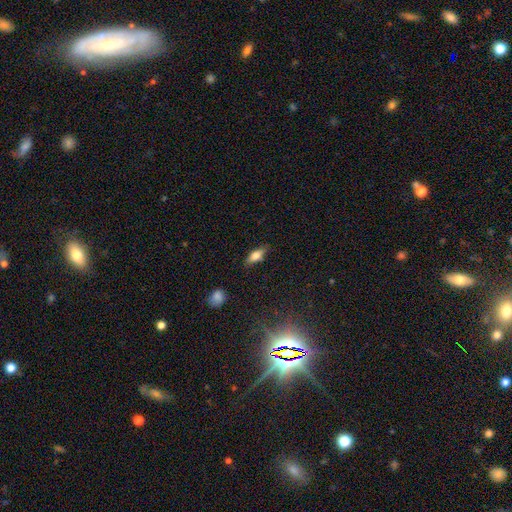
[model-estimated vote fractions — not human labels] Overall: smooth (65%; featured or disk 26%). How rounded: in between (71%). Merging: none (82%).